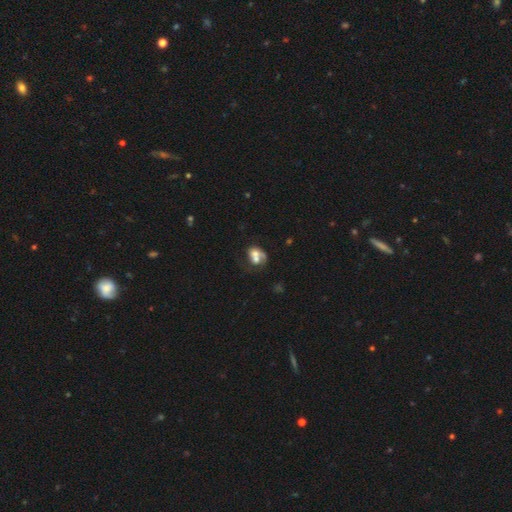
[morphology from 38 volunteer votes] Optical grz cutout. It shows a featured or disk galaxy (68%) with no bar (85%), 1 (80%) loose (47%) spiral arms (58%) and a moderate central bulge (35%). Merging: merger (73%).